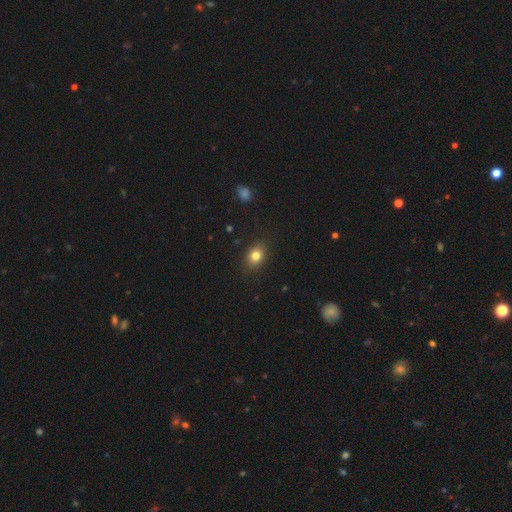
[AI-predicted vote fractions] smooth_or_featured: smooth (p=0.82) [alt: star or artifact p=0.11]
how_rounded: in between (p=0.54) [alt: round p=0.45]
merging: none (p=0.87) [alt: minor disturbance p=0.10]